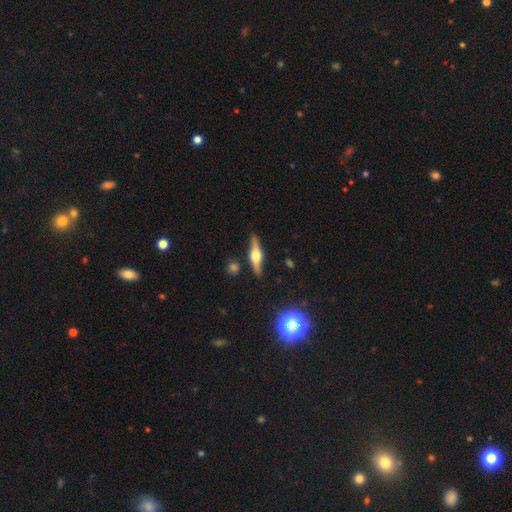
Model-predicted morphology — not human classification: Smooth or featured? Predicted: featured or disk (p=0.74). Edge-on disk? Predicted: yes (p=0.96). Edge-on bulge? Predicted: rounded (p=0.94). Merging? Predicted: none (p=0.87).